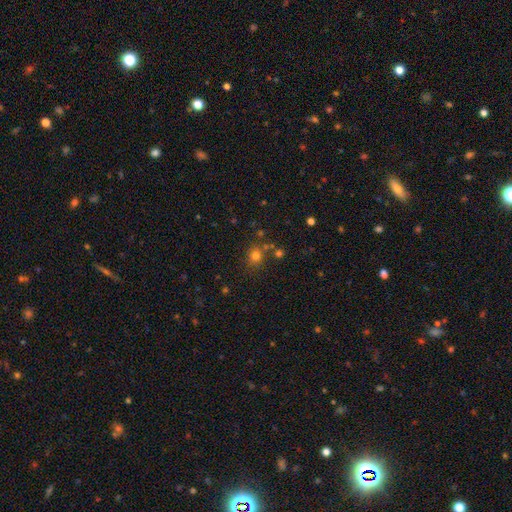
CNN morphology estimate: Smooth or featured? smooth (75%)
How rounded? round (83%)
Merging? none (74%)